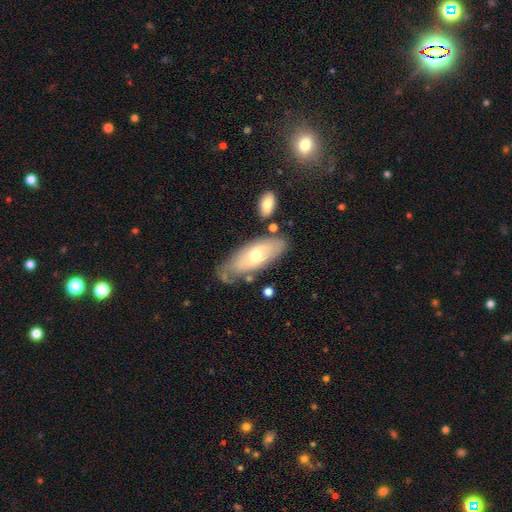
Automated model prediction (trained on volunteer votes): The model was most divided on "smooth or featured": featured or disk: 48%, smooth: 45%, star or artifact: 7%. More confident: merging — none (61%).